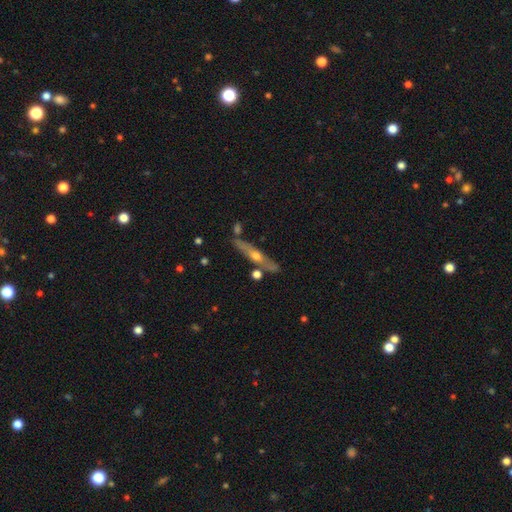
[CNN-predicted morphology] A featured or disk galaxy (70%) viewed edge-on (92%) with a rounded central bulge (89%). Merging: none (77%).